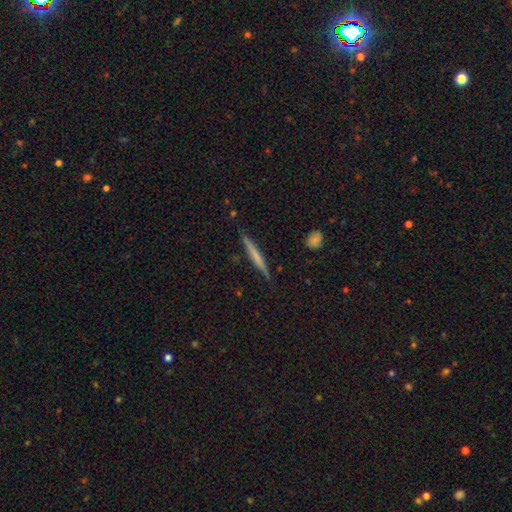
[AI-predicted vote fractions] smooth-or-featured: smooth: 50% | featured or disk: 44% | star or artifact: 6%
  how-rounded: cigar-shaped: 96% | in between: 3% | round: 2%
  merging: none: 87% | minor disturbance: 10% | major disturbance: 2% | merger: 1%